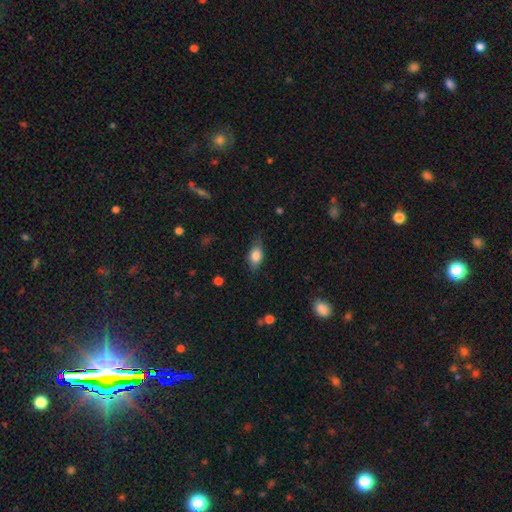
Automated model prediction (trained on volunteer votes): Q: Smooth or featured?
A: smooth (77%); runner-up: featured or disk (15%)
Q: How rounded?
A: in between (83%); runner-up: round (8%)
Q: Merging?
A: none (75%); runner-up: minor disturbance (19%)